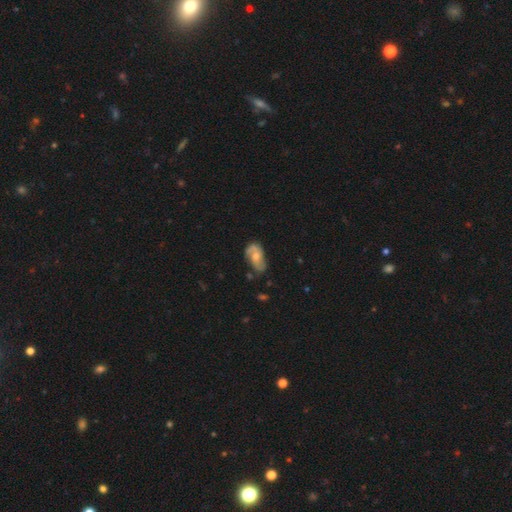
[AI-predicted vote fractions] A featured or disk galaxy (60%) with no bar (67%), spiral arms (81%) and a moderate central bulge (59%).

Vote fractions:
- Smooth or featured? featured or disk: 60% / smooth: 33% / star or artifact: 7%
- Edge-on disk? no: 95% / yes: 5%
- Bar? no: 67% / weak: 28% / strong: 6%
- Spiral arms? yes: 81% / no: 19%
- Bulge size? moderate: 59% / small: 33% / large: 4% / none: 3% / dominant: 1%
- Merging? none: 55% / minor disturbance: 30% / major disturbance: 12% / merger: 4%